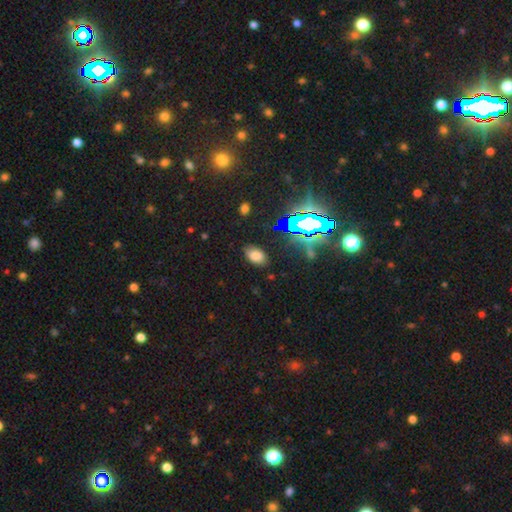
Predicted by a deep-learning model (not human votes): The model was most divided on "smooth or featured": smooth: 70%, star or artifact: 22%, featured or disk: 8%. More confident: how rounded — in between (90%); merging — none (83%).